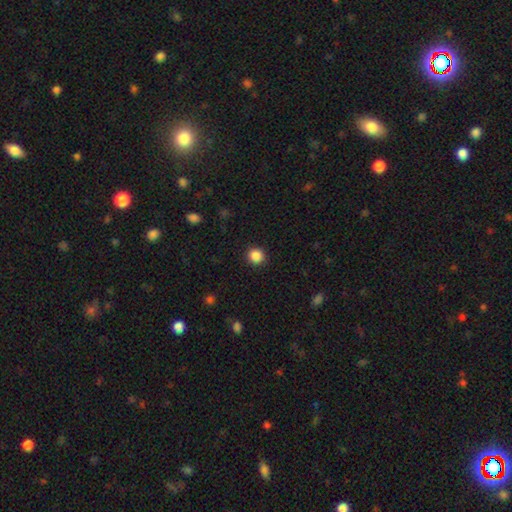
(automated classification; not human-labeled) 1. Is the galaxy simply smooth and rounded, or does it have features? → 87% smooth, 10% star or artifact, 3% featured or disk.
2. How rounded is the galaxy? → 90% round, 9% in between, 1% cigar-shaped.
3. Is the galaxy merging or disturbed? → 91% none, 6% minor disturbance, 2% major disturbance, 1% merger.